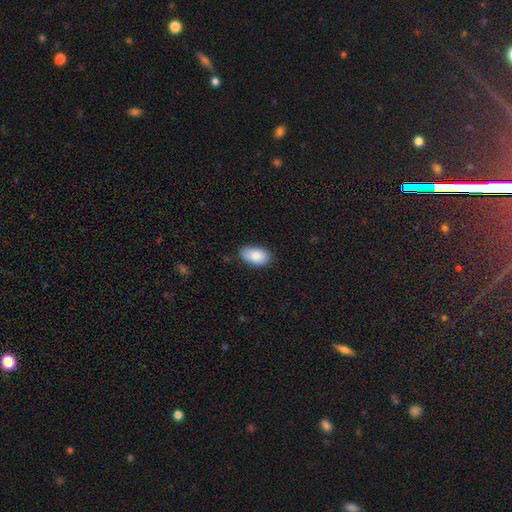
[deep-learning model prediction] The model was most divided on "merging": none: 81%, minor disturbance: 15%, major disturbance: 3%, merger: 1%. More confident: how rounded — in between (94%); smooth or featured — smooth (87%).